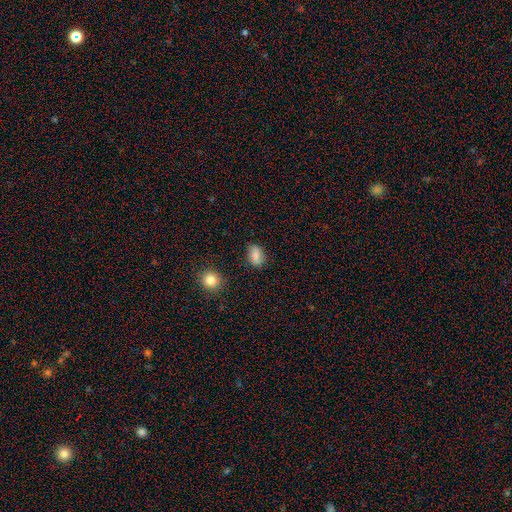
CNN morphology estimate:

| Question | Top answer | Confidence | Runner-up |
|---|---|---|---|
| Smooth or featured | smooth | 68% | featured or disk (20%) |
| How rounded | in between | 64% | round (34%) |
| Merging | none | 79% | minor disturbance (15%) |